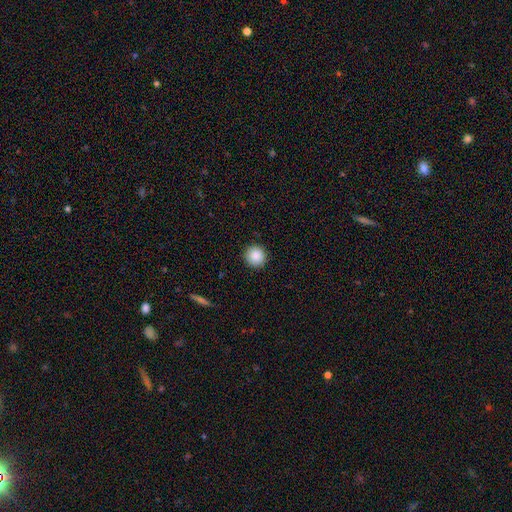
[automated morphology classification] This is clearly a smooth galaxy (88%). How rounded: clearly round (95%). Merging: clearly none (92%).